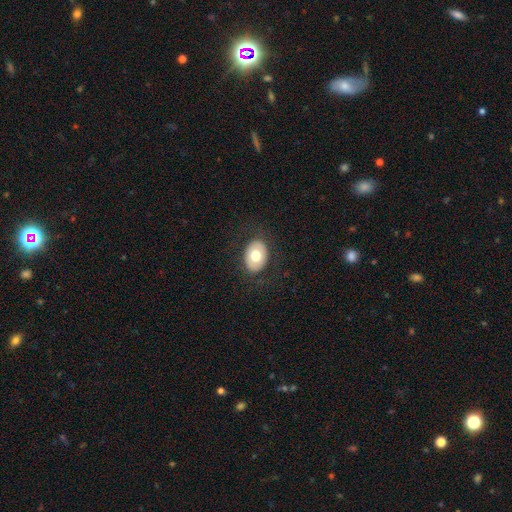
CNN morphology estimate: Q: Smooth or featured?
A: smooth (67%); runner-up: featured or disk (26%)
Q: How rounded?
A: in between (76%); runner-up: round (24%)
Q: Merging?
A: none (84%); runner-up: minor disturbance (11%)